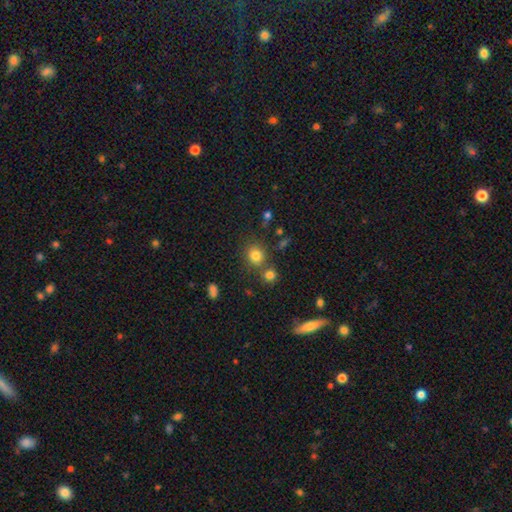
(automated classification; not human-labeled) smooth 79%, star or artifact 14%, featured or disk 7%. Down the decision tree: how rounded — round (81%); merging — none (71%).